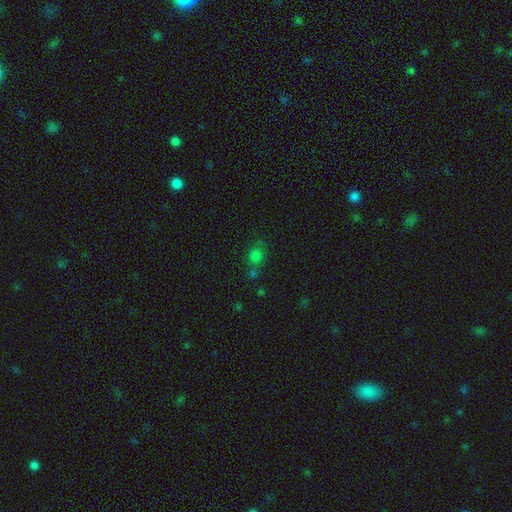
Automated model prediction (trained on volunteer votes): A smooth galaxy with no disk features (73%) that is round (78%).

Vote fractions:
- Smooth or featured? smooth: 73% / star or artifact: 21% / featured or disk: 6%
- How rounded? round: 78% / in between: 21% / cigar-shaped: 1%
- Merging? none: 57% / merger: 24% / minor disturbance: 13% / major disturbance: 6%